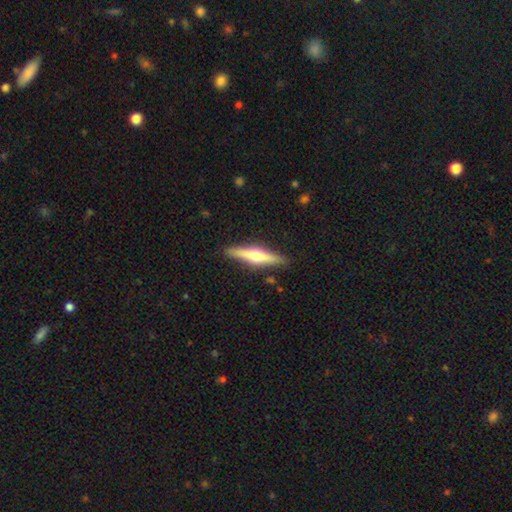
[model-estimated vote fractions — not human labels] The model was most divided on "smooth or featured": featured or disk: 58%, smooth: 37%, star or artifact: 5%. More confident: edge-on disk — yes (96%); merging — none (89%); edge-on bulge — rounded (89%).